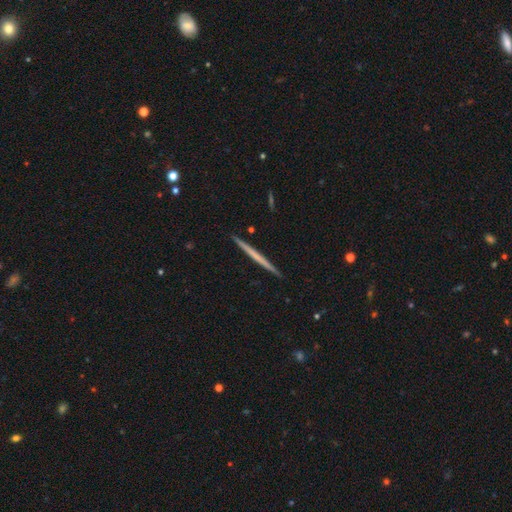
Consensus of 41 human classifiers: This appears to be a featured or disk galaxy (59%) viewed edge-on (100%) with no central bulge (100%). Merging: none (100%).